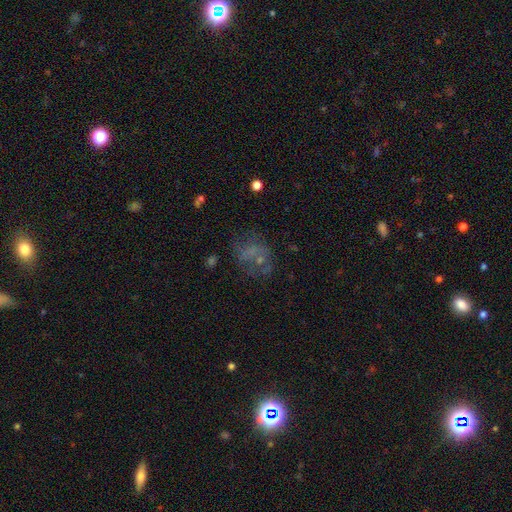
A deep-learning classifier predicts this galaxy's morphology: The model was most divided on "smooth or featured": smooth: 36%, featured or disk: 35%, star or artifact: 29%. More confident: merging — none (53%).